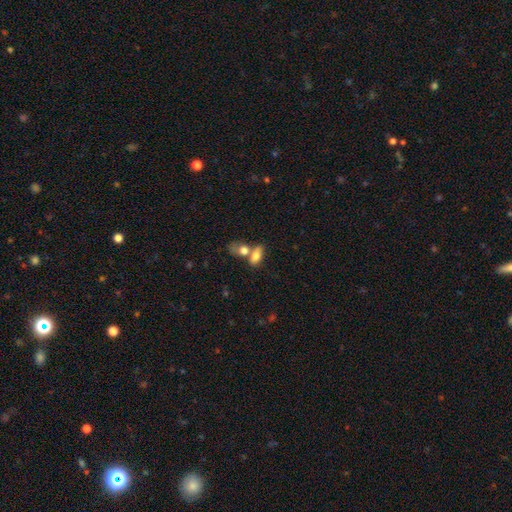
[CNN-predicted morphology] Smooth or featured? smooth (75%)
How rounded? in between (86%)
Merging? merger (54%)